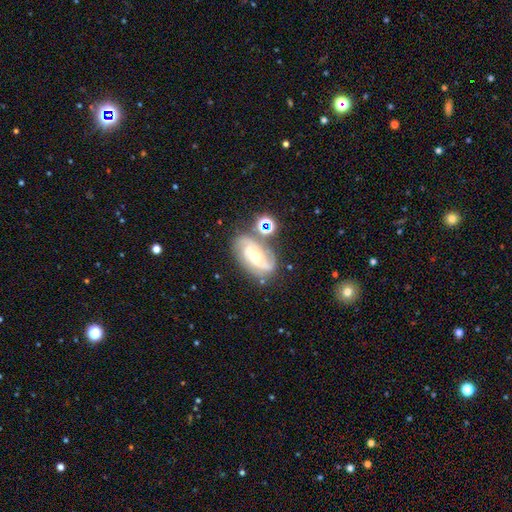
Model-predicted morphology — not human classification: Smooth or featured? Predicted: featured or disk (p=0.79). Edge-on disk? Predicted: no (p=0.96). Bar? Predicted: no (p=0.56). Spiral arms? Predicted: yes (p=0.94). Spiral winding? Predicted: medium (p=0.43). Spiral arm count? Predicted: 2 (p=0.48). Bulge size? Predicted: moderate (p=0.54). Merging? Predicted: none (p=0.66).